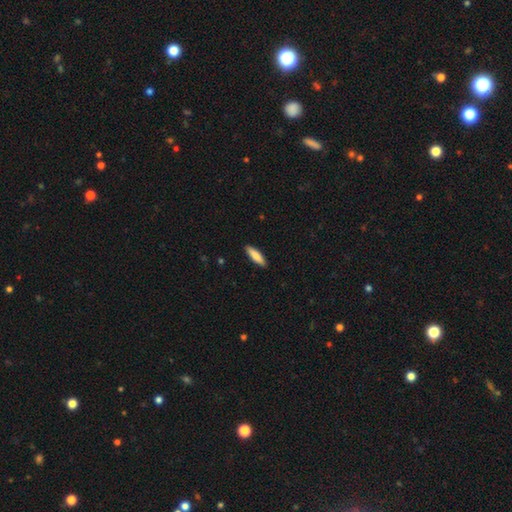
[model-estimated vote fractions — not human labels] Morphology: type=smooth (82%); roundness=cigar-shaped (62%); merging=none (91%).